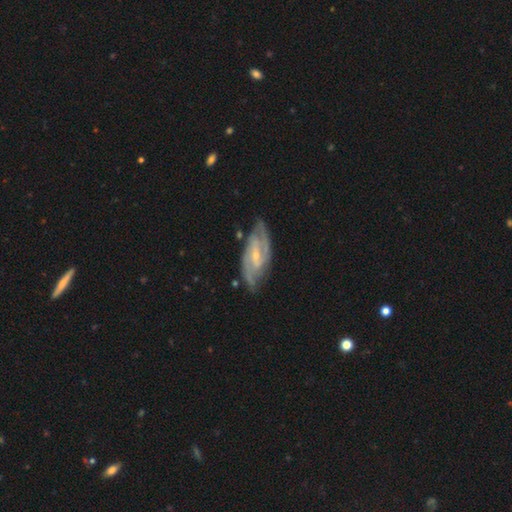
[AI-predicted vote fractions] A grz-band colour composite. It shows a featured or disk galaxy (88%) with a weak bar (48%), 2 (77%) medium (48%) spiral arms (96%) and a small central bulge (70%). Merging: none (76%).